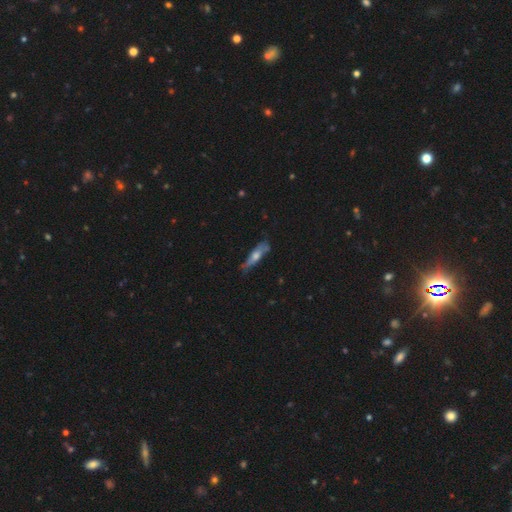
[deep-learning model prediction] featured or disk 47%, smooth 46%, star or artifact 7%. Down the decision tree: merging — none (67%).